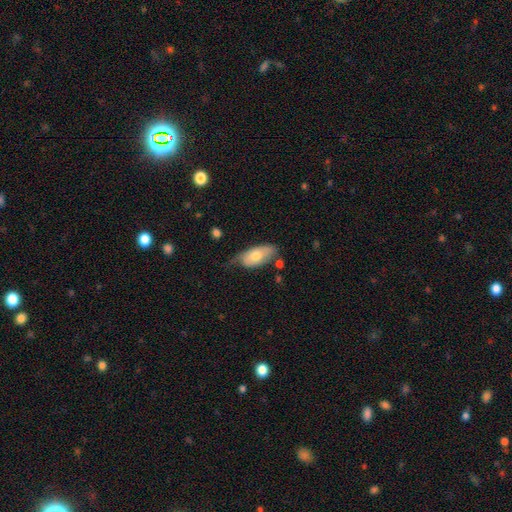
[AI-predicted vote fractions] This is likely a smooth galaxy (66%). How rounded: clearly in between (91%). Merging: possibly none (45%).